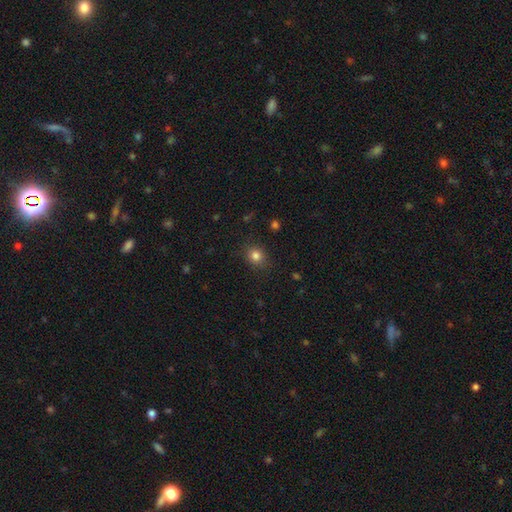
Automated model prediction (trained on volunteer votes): The model was most divided on "how rounded": round: 76%, in between: 24%, cigar-shaped: 1%. More confident: merging — none (86%); smooth or featured — smooth (82%).